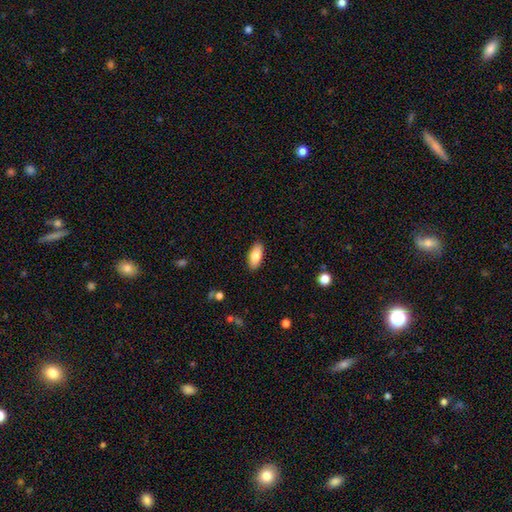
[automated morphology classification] A smooth galaxy with no disk features (81%) that is in between round and cigar-shaped (86%). Merging: none (89%).